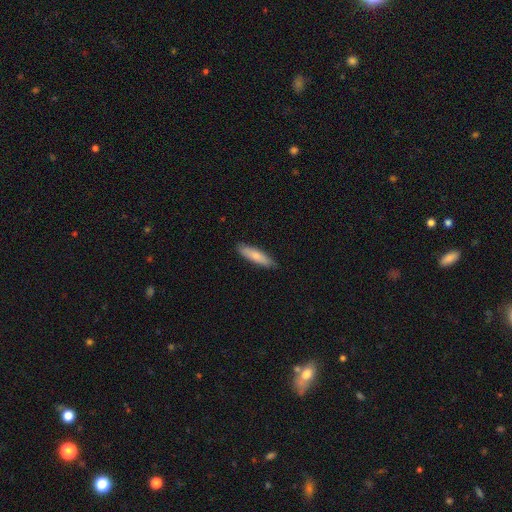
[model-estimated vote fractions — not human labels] Smooth or featured: smooth — 76% (featured or disk — 19%)
How rounded: cigar-shaped — 72% (in between — 27%)
Merging: none — 85% (minor disturbance — 12%)